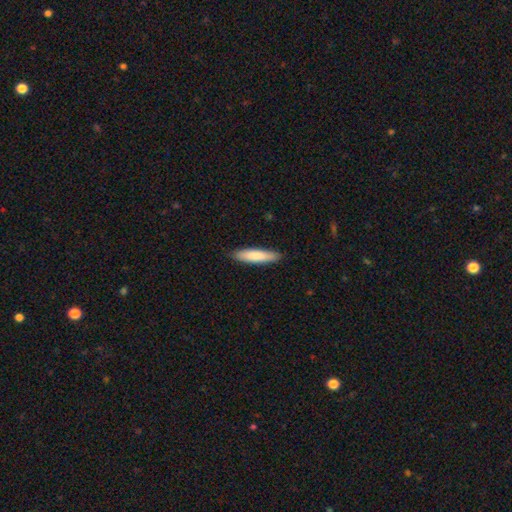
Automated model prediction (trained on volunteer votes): This appears to be a smooth galaxy with no disk features (83%) that is cigar-shaped (82%). Merging: none (88%).